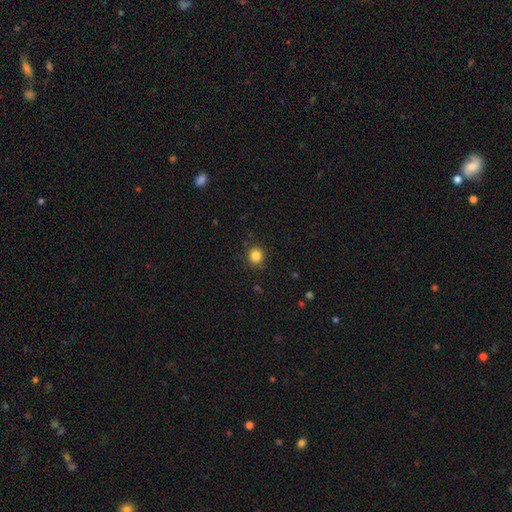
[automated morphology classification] smooth 84%, star or artifact 11%, featured or disk 4%. Down the decision tree: how rounded — round (87%); merging — none (89%).